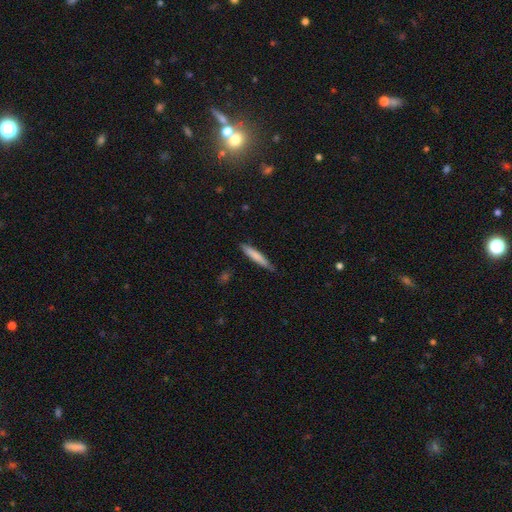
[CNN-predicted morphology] smooth 75%, featured or disk 20%, star or artifact 5%. Down the decision tree: how rounded — cigar-shaped (93%); merging — none (81%).